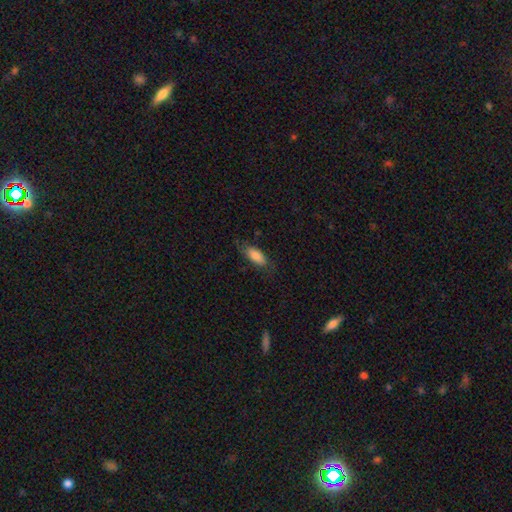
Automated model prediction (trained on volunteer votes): This is clearly a smooth galaxy (81%). How rounded: clearly in between (81%). Merging: likely none (69%).